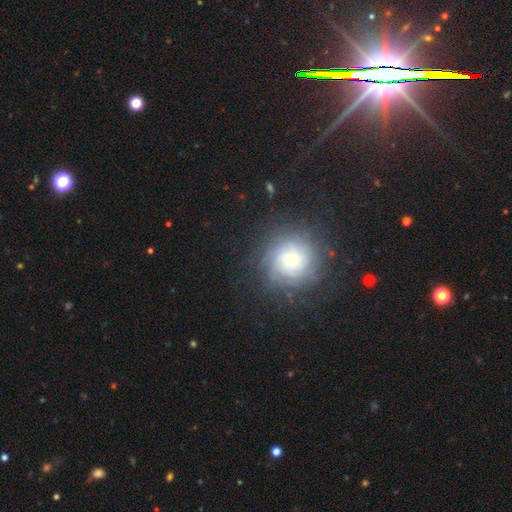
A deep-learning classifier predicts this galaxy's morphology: A star or artifact, not a galaxy (43%).